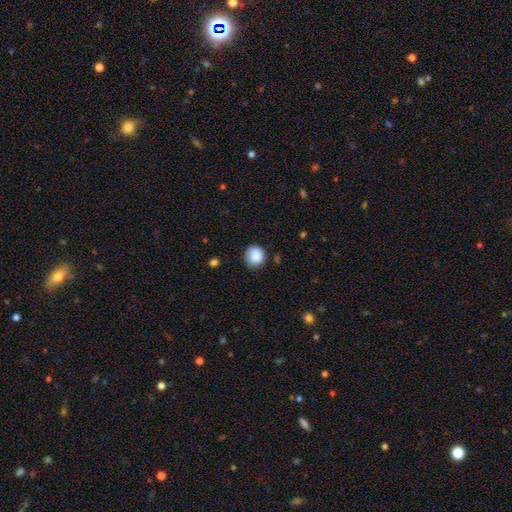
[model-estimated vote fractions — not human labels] Smooth or featured? Predicted: smooth (p=0.87). How rounded? Predicted: round (p=0.91). Merging? Predicted: none (p=0.80).